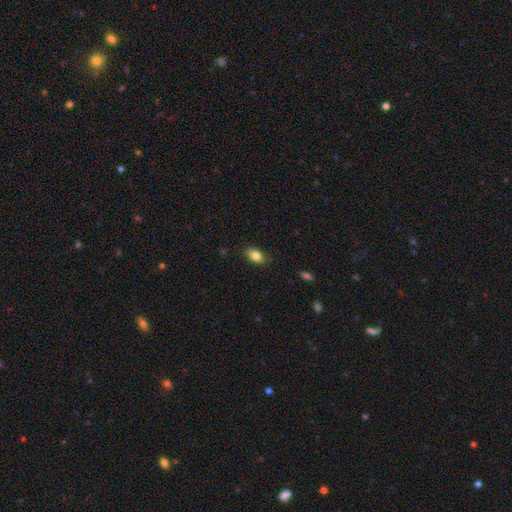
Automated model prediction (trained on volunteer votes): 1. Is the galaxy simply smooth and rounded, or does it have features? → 83% smooth, 8% featured or disk, 8% star or artifact.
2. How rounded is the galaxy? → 86% in between, 11% round, 3% cigar-shaped.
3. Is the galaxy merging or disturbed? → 83% none, 13% minor disturbance, 2% major disturbance, 1% merger.